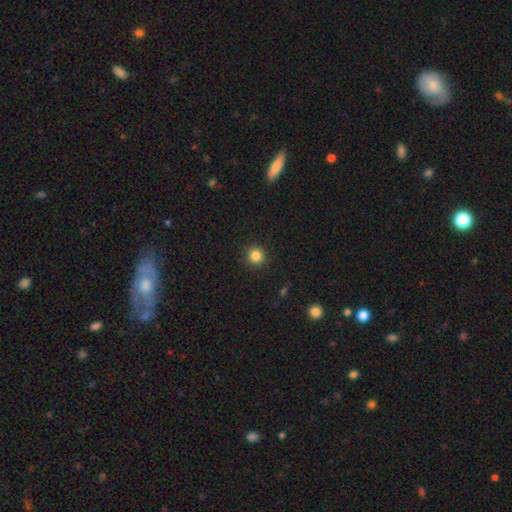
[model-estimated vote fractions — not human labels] The model was most divided on "smooth or featured": smooth: 85%, star or artifact: 11%, featured or disk: 4%. More confident: how rounded — round (95%); merging — none (92%).